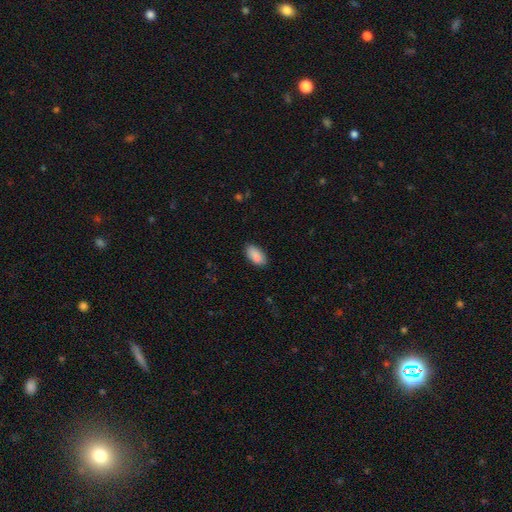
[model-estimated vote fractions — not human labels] Smooth or featured: smooth — 90% (star or artifact — 6%)
How rounded: in between — 93% (cigar-shaped — 4%)
Merging: none — 86% (minor disturbance — 11%)